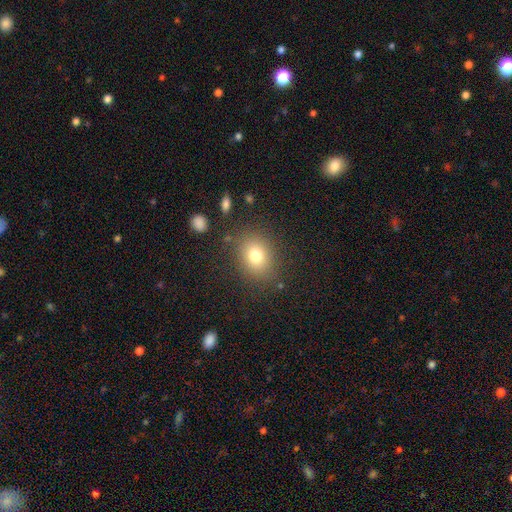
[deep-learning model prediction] A smooth galaxy with no disk features (77%) that is round (54%). Merging: none (82%).